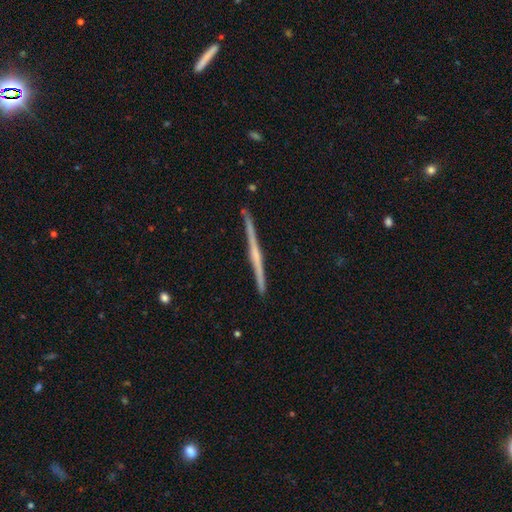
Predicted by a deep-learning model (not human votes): The model was most divided on "edge-on bulge": none: 46%, rounded: 44%, boxy: 11%. More confident: edge-on disk — yes (99%); merging — none (92%); smooth or featured — featured or disk (76%).